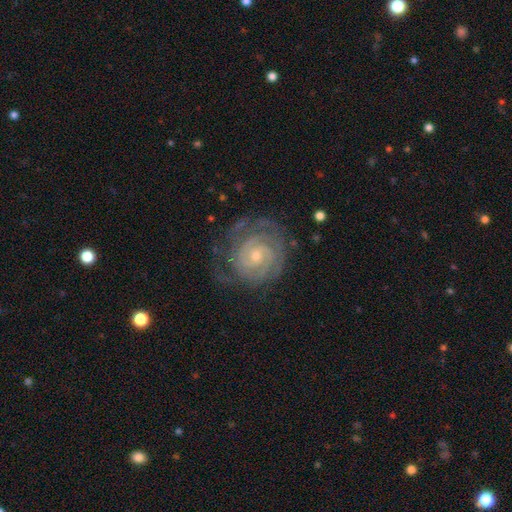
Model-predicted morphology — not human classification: Overall: featured or disk (89%). Edge-on disk: no (98%). Bar: no (66%; weak 28%). Spiral arms: yes (98%). Spiral arm count: 2 (45%; can't tell 19%). Spiral winding: tight (81%). Bulge size: small (69%). Merging: none (72%).